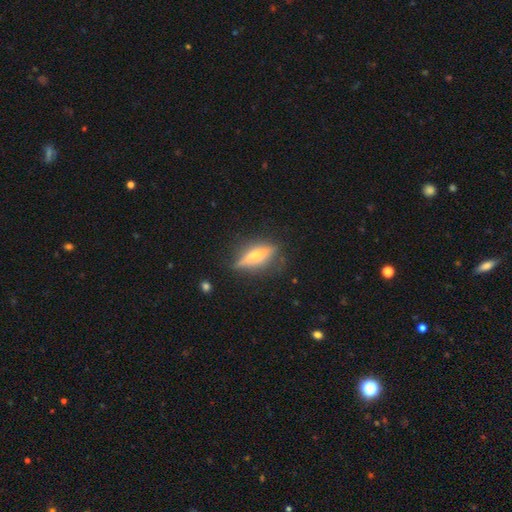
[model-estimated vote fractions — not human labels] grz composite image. It shows a featured or disk galaxy (55%) viewed edge-on (87%). Merging: none (76%).